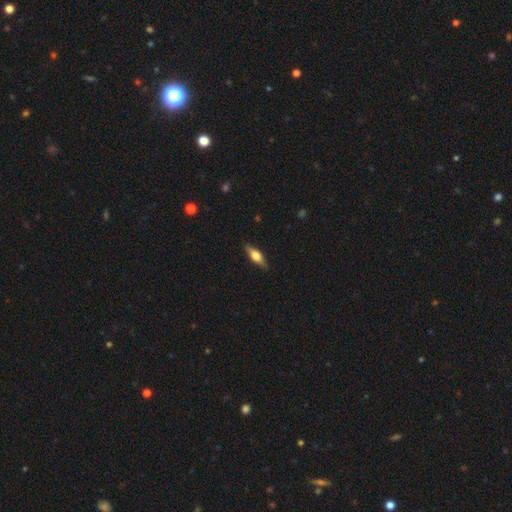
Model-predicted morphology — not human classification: The model was most divided on "smooth or featured": smooth: 53%, featured or disk: 41%, star or artifact: 6%. More confident: merging — none (86%); how rounded — in between (55%).